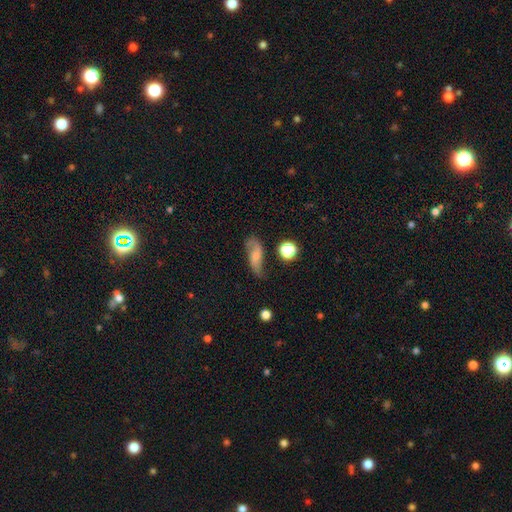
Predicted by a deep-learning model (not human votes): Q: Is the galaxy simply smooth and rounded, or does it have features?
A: featured or disk — 58%.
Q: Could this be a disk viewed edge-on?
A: no — 92%.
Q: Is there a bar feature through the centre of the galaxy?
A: no — 54%.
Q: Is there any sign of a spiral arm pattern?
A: yes — 90%.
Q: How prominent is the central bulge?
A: small — 47%.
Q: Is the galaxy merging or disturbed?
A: none — 60%.